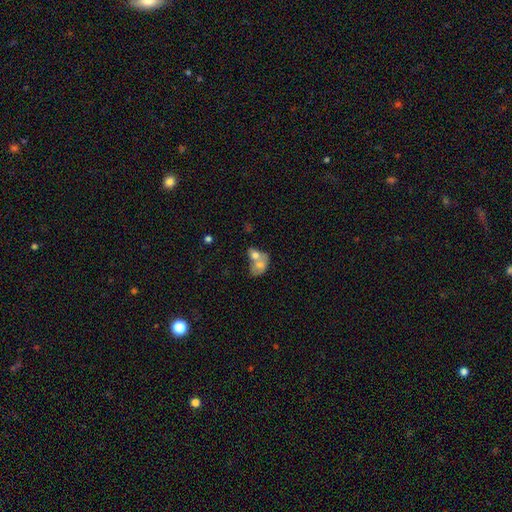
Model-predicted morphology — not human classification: smooth 63%, featured or disk 29%, star or artifact 8%. Down the decision tree: how rounded — in between (72%); merging — merger (73%).